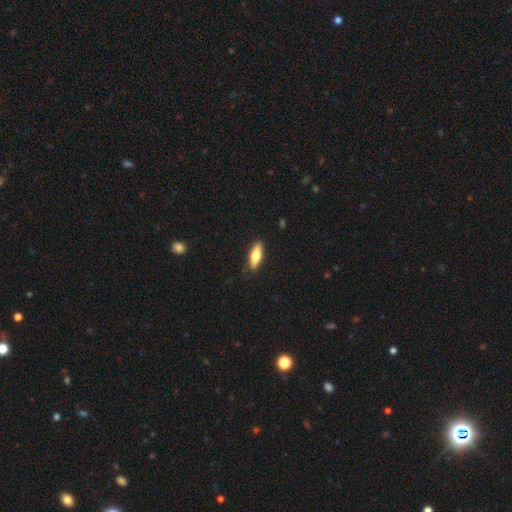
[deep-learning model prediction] This is likely a smooth galaxy (70%). How rounded: possibly in between (60%). Merging: clearly none (88%).